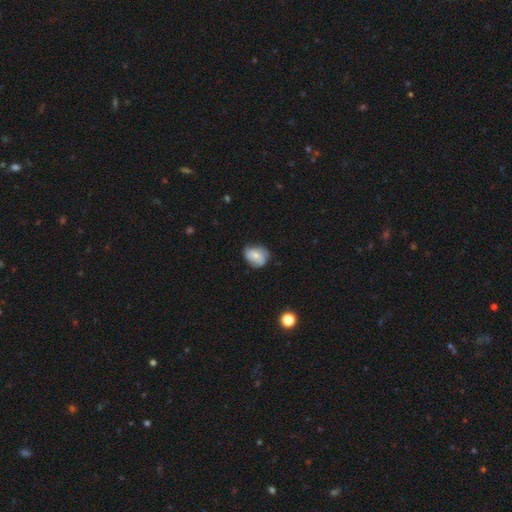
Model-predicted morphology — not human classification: This is likely a smooth galaxy (68%). How rounded: possibly in between (50%). Merging: possibly none (59%).